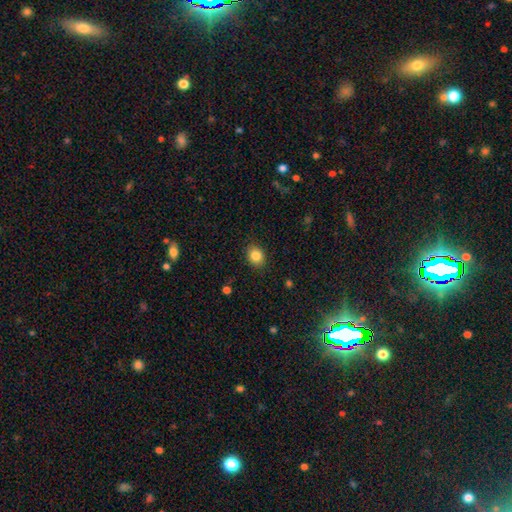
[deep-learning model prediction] A smooth galaxy with no disk features (84%) that is round (59%).

Vote fractions:
- Smooth or featured? smooth: 84% / star or artifact: 10% / featured or disk: 6%
- How rounded? round: 59% / in between: 40% / cigar-shaped: 1%
- Merging? none: 88% / minor disturbance: 9% / major disturbance: 2% / merger: 1%